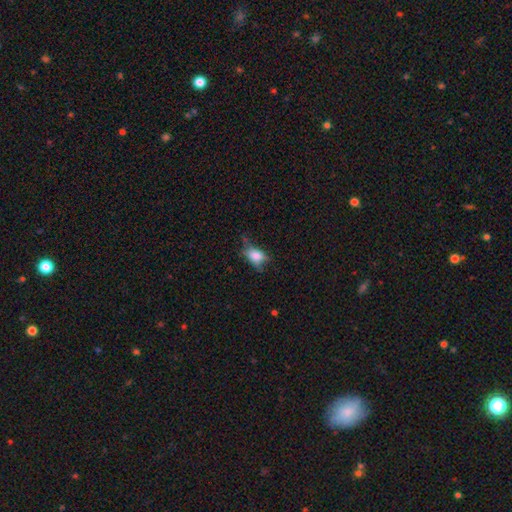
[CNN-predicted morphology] The model was most divided on "merging": none: 47%, minor disturbance: 33%, major disturbance: 17%, merger: 3%. More confident: how rounded — in between (81%); smooth or featured — smooth (75%).